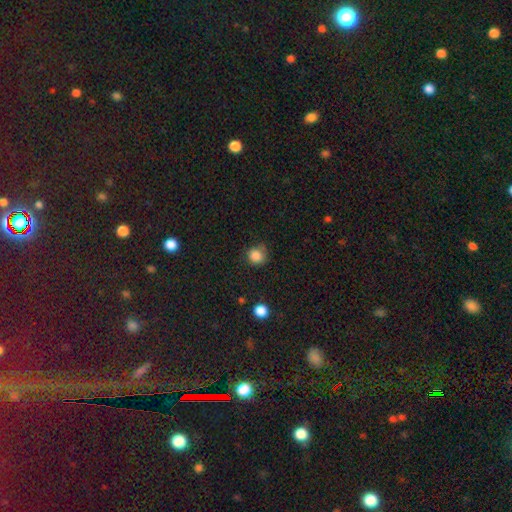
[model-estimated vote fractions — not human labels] Morphology: type=smooth (84%); roundness=round (89%); merging=none (70%).